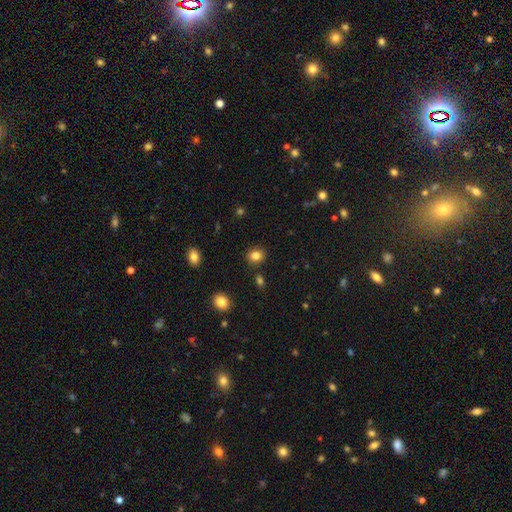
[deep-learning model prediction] Smooth or featured? Predicted: smooth (p=0.83). How rounded? Predicted: round (p=0.70). Merging? Predicted: none (p=0.87).